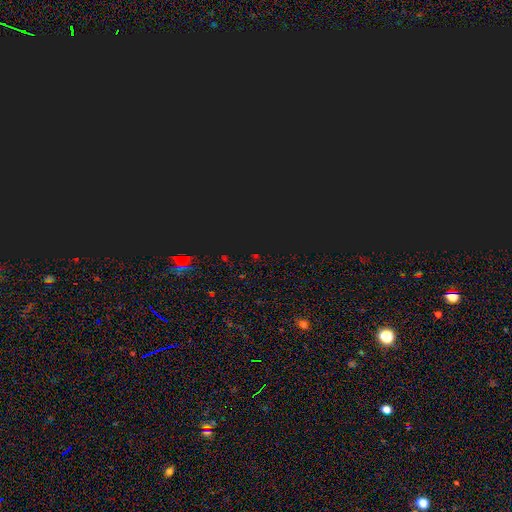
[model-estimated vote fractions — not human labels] Q: Smooth or featured?
A: star or artifact (77%); runner-up: smooth (17%)